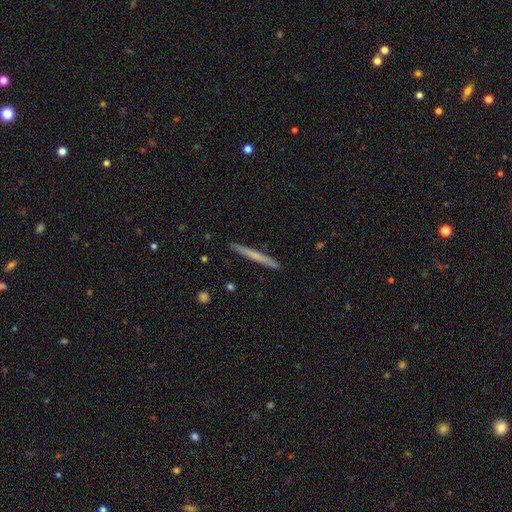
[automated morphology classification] smooth_or_featured: smooth (p=0.56) [alt: featured or disk p=0.39]
how_rounded: cigar-shaped (p=0.97) [alt: in between p=0.02]
merging: none (p=0.92) [alt: minor disturbance p=0.05]